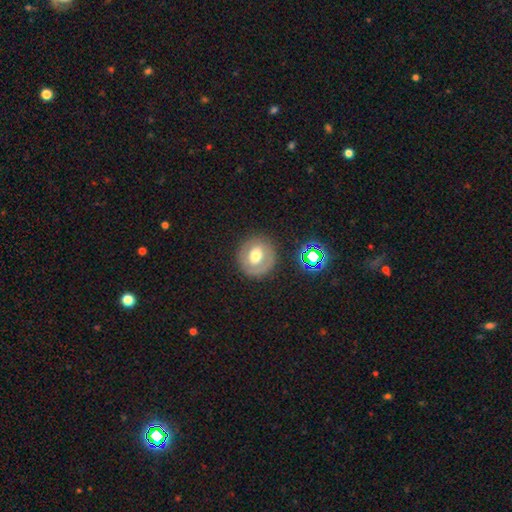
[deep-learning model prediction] Smooth or featured? Predicted: smooth (p=0.58). How rounded? Predicted: round (p=0.84). Merging? Predicted: none (p=0.84).